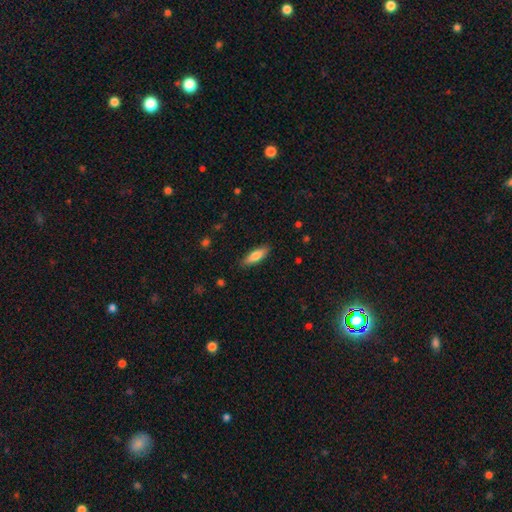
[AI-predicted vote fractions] A smooth galaxy with no disk features (76%) that is cigar-shaped (50%). Merging: none (87%).